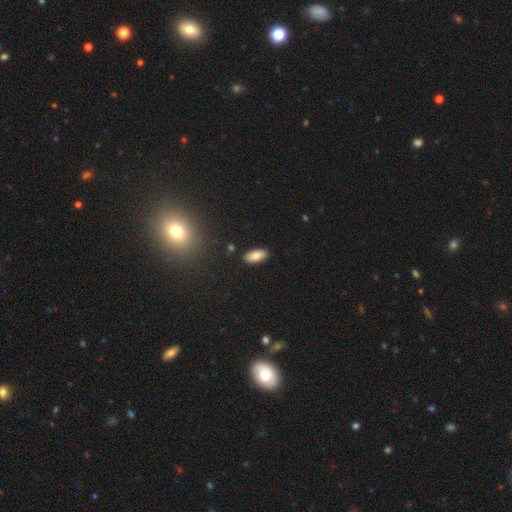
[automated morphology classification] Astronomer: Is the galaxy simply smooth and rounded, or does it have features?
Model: smooth — 80%.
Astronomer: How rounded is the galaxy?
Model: in between — 88%.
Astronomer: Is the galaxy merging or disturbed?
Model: none — 89%.